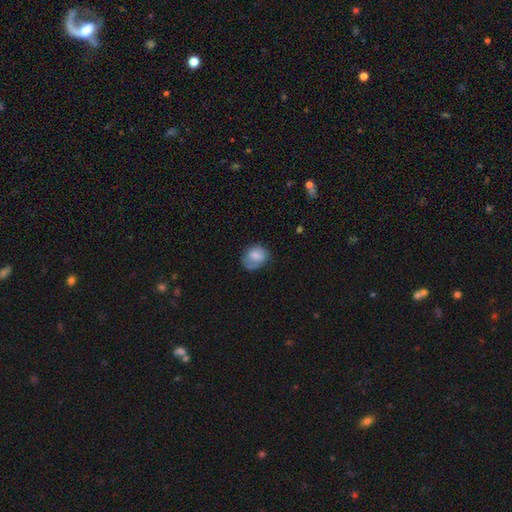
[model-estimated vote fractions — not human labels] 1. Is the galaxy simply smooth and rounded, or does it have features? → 75% smooth, 17% featured or disk, 8% star or artifact.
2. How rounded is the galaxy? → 58% round, 41% in between, 1% cigar-shaped.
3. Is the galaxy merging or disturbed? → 54% none, 29% minor disturbance, 13% major disturbance, 4% merger.